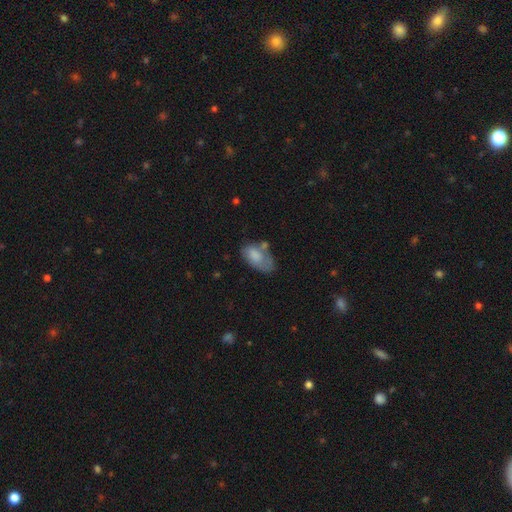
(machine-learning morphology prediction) Smooth or featured? Predicted: smooth (p=0.72). How rounded? Predicted: in between (p=0.93). Merging? Predicted: none (p=0.37).